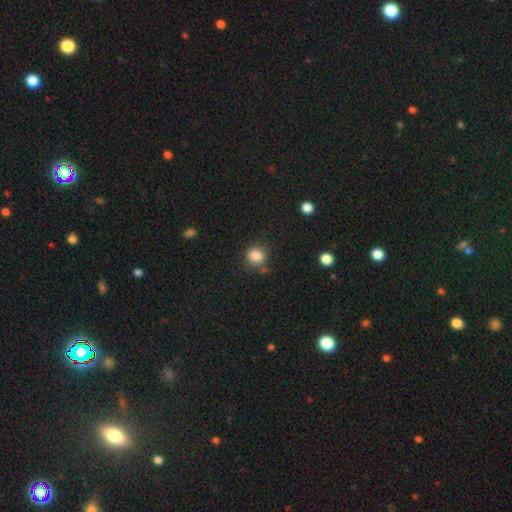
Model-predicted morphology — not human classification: Smooth or featured? smooth (86%)
How rounded? round (83%)
Merging? none (75%)